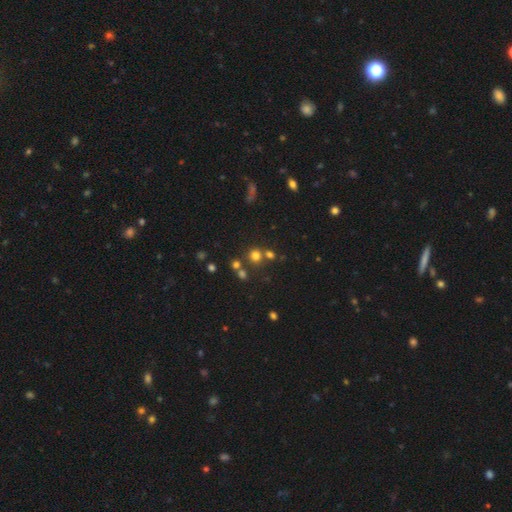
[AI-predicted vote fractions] Smooth or featured? smooth (69%)
How rounded? round (89%)
Merging? none (65%)